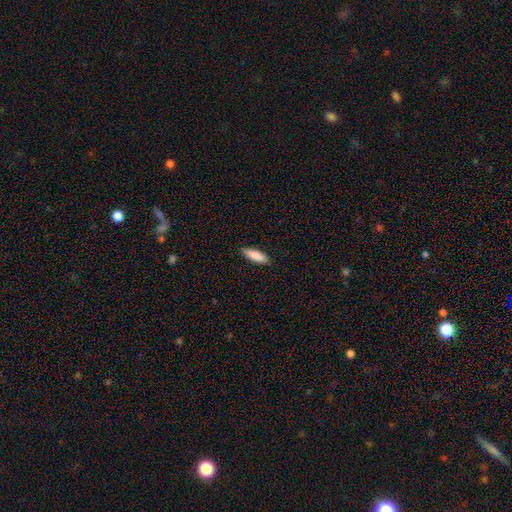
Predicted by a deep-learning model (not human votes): Smooth or featured? Predicted: smooth (p=0.88). How rounded? Predicted: cigar-shaped (p=0.51). Merging? Predicted: none (p=0.88).